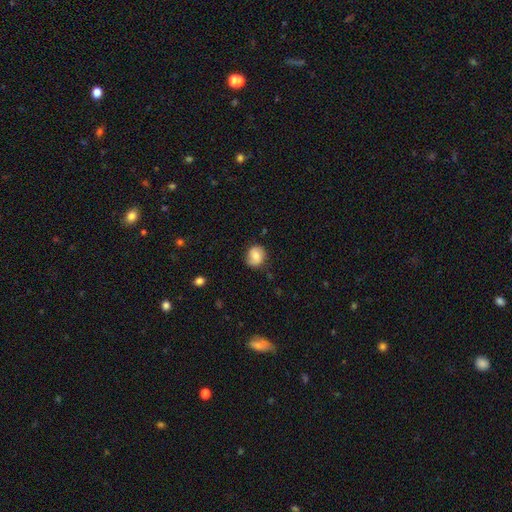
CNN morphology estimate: Overall: smooth (67%). How rounded: round (71%). Merging: none (76%).